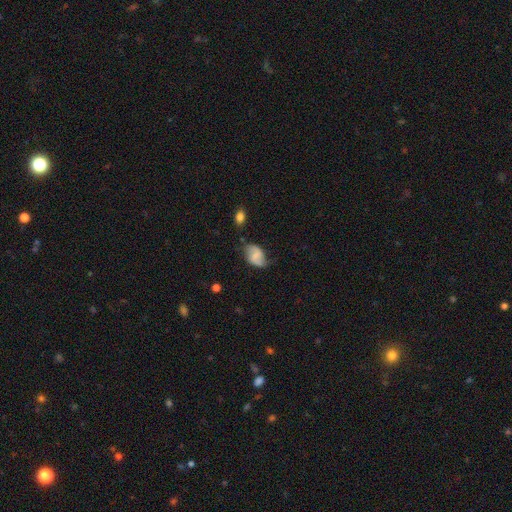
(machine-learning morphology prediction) type=featured or disk (60%); edge-on=no (97%); bar=weak (45%); spiral arms=yes (90%); winding=loose (56%); arm count=2 (86%); bulge=none (55%); merging=none (58%).